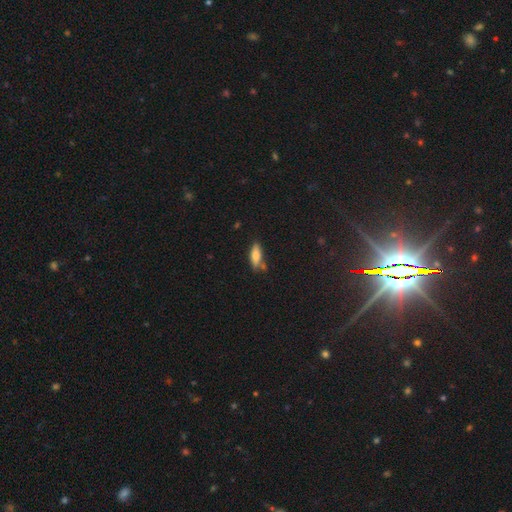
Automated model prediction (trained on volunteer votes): smooth-or-featured: smooth: 76% | featured or disk: 17% | star or artifact: 7%
  how-rounded: in between: 61% | cigar-shaped: 36% | round: 2%
  merging: none: 72% | minor disturbance: 16% | merger: 8% | major disturbance: 3%